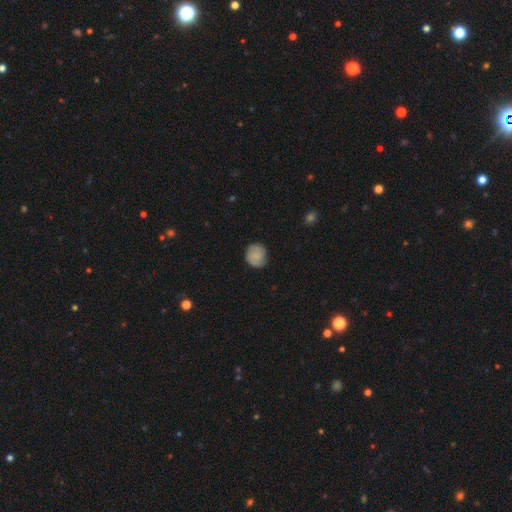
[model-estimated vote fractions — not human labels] The model was most divided on "smooth or featured": smooth: 73%, featured or disk: 20%, star or artifact: 7%. More confident: how rounded — round (84%); merging — none (77%).